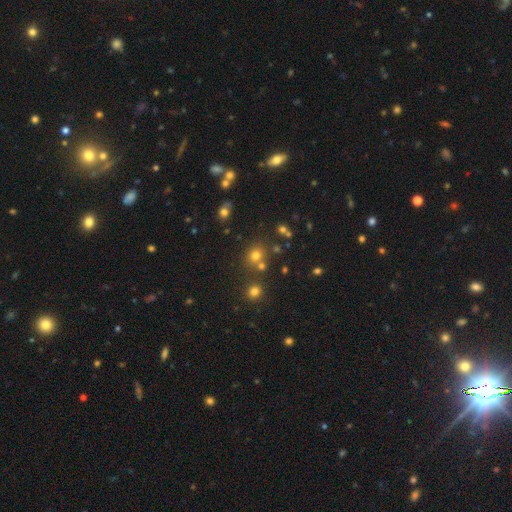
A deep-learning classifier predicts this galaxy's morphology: This appears to be a smooth galaxy with no disk features (66%) that is round (85%). Merging: none (69%).